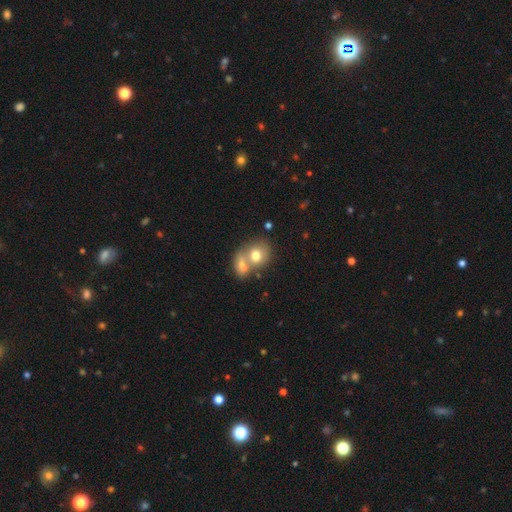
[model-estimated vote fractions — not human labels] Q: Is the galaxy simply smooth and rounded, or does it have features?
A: smooth — 72%.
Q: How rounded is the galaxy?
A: round — 56%.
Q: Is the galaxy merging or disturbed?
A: merger — 63%.